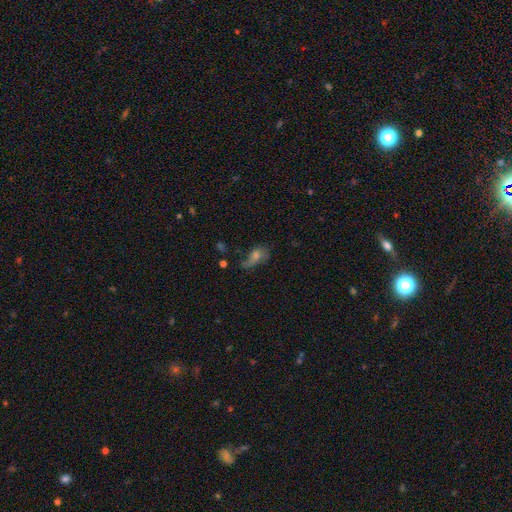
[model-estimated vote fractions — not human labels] A smooth galaxy with no disk features (43%).

Vote fractions:
- Smooth or featured? smooth: 43% / featured or disk: 41% / star or artifact: 16%
- Merging? none: 40% / major disturbance: 29% / minor disturbance: 26% / merger: 5%